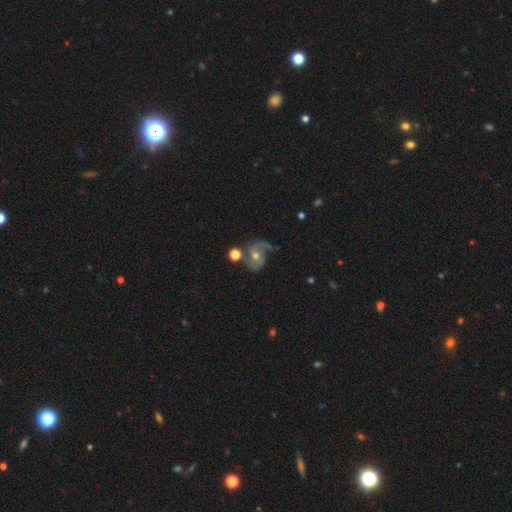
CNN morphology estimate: Smooth or featured? Predicted: featured or disk (p=0.82). Edge-on disk? Predicted: no (p=0.98). Bar? Predicted: no (p=0.59). Spiral arms? Predicted: yes (p=0.95). Spiral winding? Predicted: medium (p=0.51). Spiral arm count? Predicted: 2 (p=0.83). Bulge size? Predicted: moderate (p=0.67). Merging? Predicted: none (p=0.61).